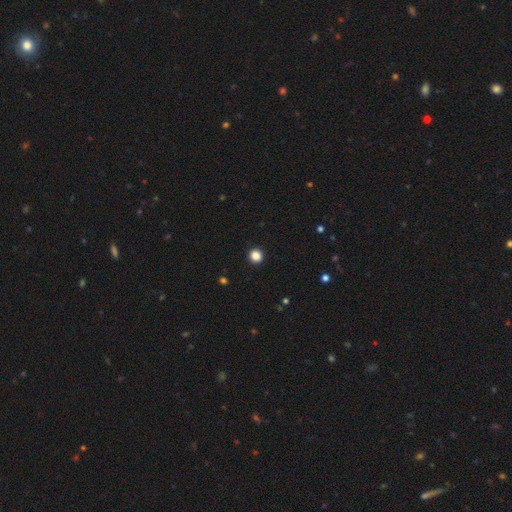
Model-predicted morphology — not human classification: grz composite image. It shows a smooth galaxy with no disk features (86%) that is round (93%). Merging: none (94%).